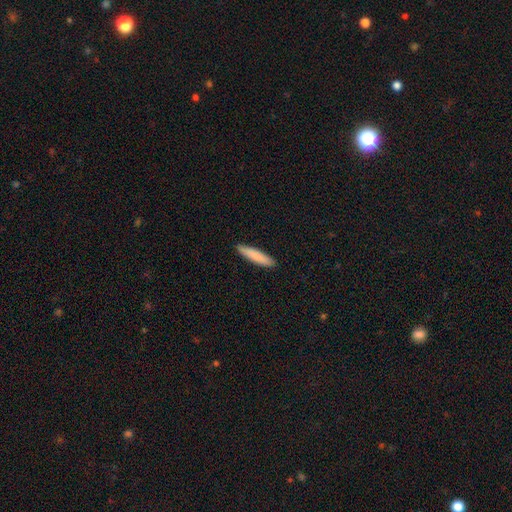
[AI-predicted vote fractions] smooth_or_featured: smooth (p=0.84) [alt: featured or disk p=0.11]
how_rounded: cigar-shaped (p=0.87) [alt: in between p=0.12]
merging: none (p=0.91) [alt: minor disturbance p=0.07]